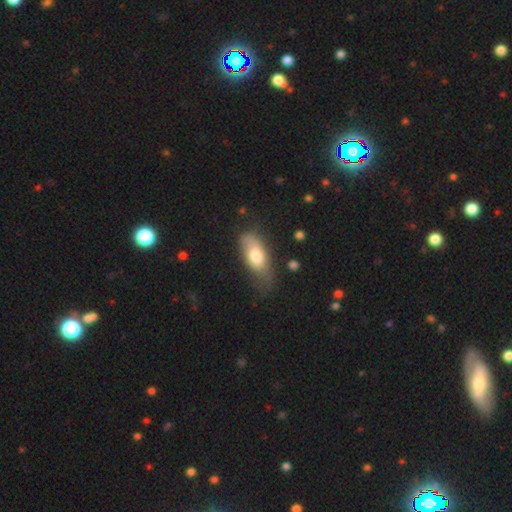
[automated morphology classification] A smooth galaxy with no disk features (72%) that is in between round and cigar-shaped (84%).

Vote fractions:
- Smooth or featured? smooth: 72% / featured or disk: 21% / star or artifact: 6%
- How rounded? in between: 84% / cigar-shaped: 13% / round: 3%
- Merging? none: 52% / minor disturbance: 32% / major disturbance: 13% / merger: 2%